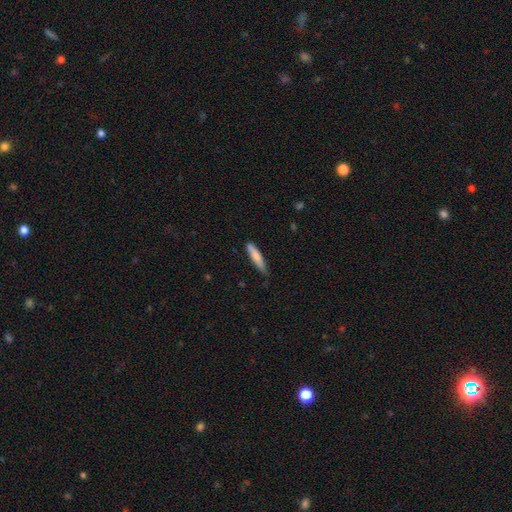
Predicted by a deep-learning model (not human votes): This appears to be a smooth galaxy with no disk features (73%) that is cigar-shaped (85%). Merging: none (69%).